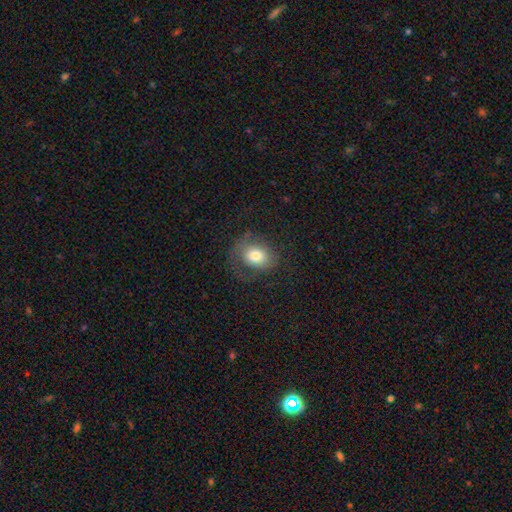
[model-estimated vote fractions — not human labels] This appears to be a smooth galaxy with no disk features (70%) that is round (51%). Merging: none (60%).